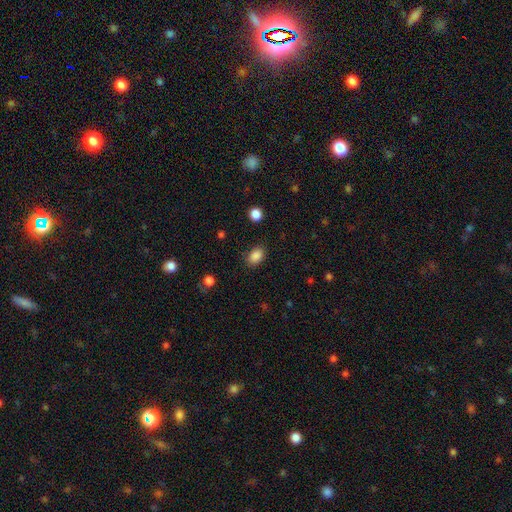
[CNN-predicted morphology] This is clearly a smooth galaxy (87%). How rounded: clearly in between (80%). Merging: clearly none (84%).